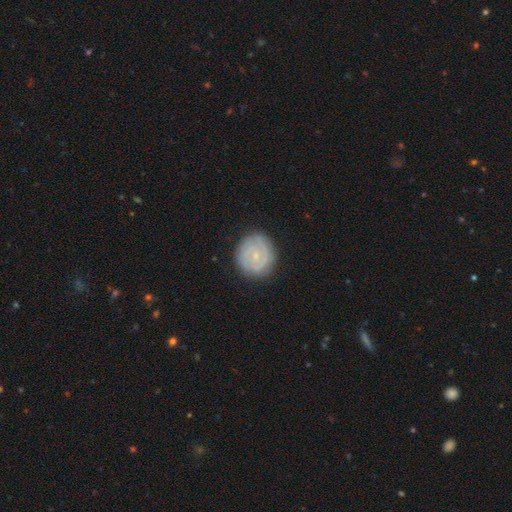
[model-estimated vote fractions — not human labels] Overall: featured or disk (61%; smooth 32%). Edge-on disk: no (98%). Bar: no (74%). Spiral arms: yes (77%). Bulge size: small (78%). Merging: none (82%).